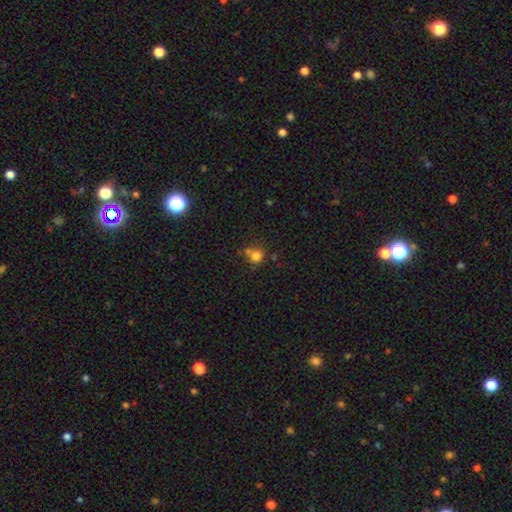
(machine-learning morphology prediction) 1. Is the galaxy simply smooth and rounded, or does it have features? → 76% smooth, 15% star or artifact, 9% featured or disk.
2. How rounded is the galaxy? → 84% round, 15% in between, 1% cigar-shaped.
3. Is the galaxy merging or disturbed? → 56% none, 23% merger, 15% minor disturbance, 6% major disturbance.